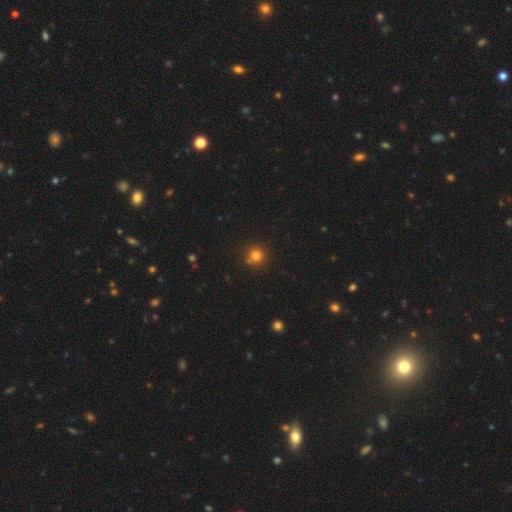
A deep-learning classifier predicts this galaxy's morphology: Smooth or featured? Predicted: smooth (p=0.78). How rounded? Predicted: round (p=0.93). Merging? Predicted: none (p=0.80).